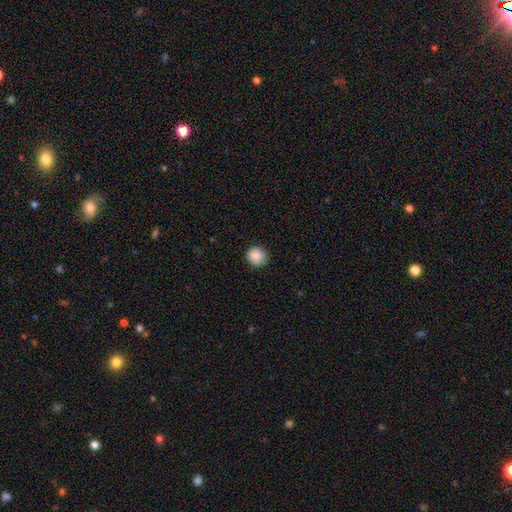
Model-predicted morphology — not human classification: A smooth galaxy with no disk features (87%) that is round (90%).

Vote fractions:
- Smooth or featured? smooth: 87% / star or artifact: 9% / featured or disk: 4%
- How rounded? round: 90% / in between: 9% / cigar-shaped: 1%
- Merging? none: 85% / minor disturbance: 12% / major disturbance: 2% / merger: 1%